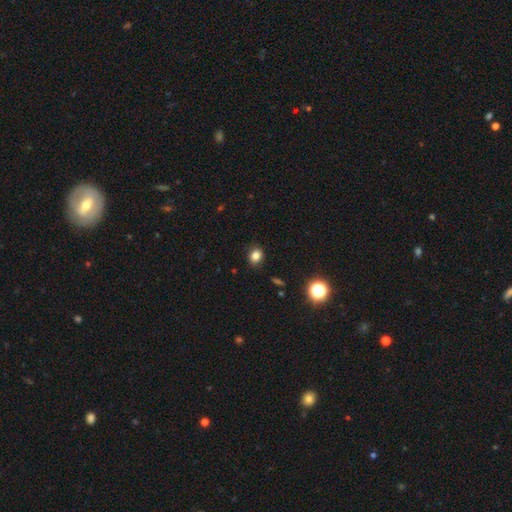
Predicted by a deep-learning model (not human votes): smooth 82%, star or artifact 13%, featured or disk 5%. Down the decision tree: how rounded — round (57%); merging — none (87%).